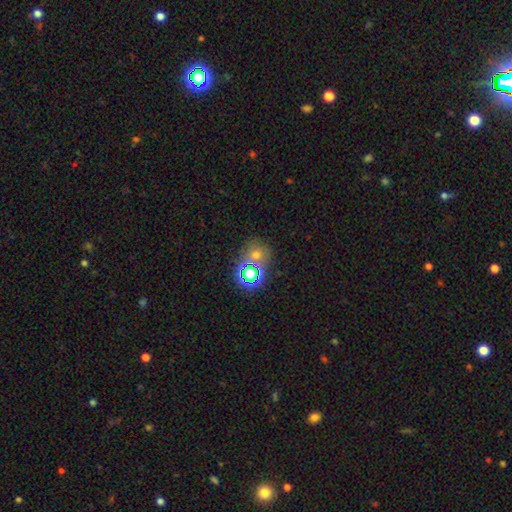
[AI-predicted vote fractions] Smooth or featured? smooth (46%)
Merging? none (68%)